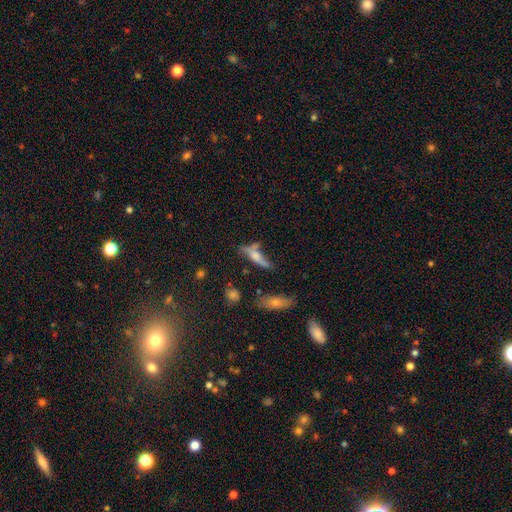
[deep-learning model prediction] Smooth or featured: smooth — 52% (featured or disk — 38%)
How rounded: cigar-shaped — 66% (in between — 31%)
Merging: none — 46% (minor disturbance — 23%)